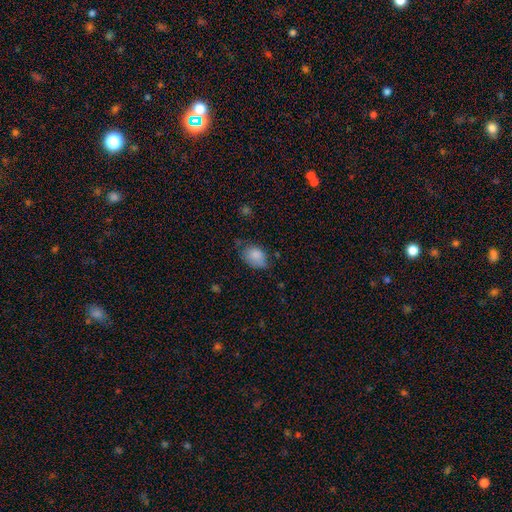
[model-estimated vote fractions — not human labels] Q: Smooth or featured?
A: smooth (84%); runner-up: star or artifact (8%)
Q: How rounded?
A: in between (77%); runner-up: round (21%)
Q: Merging?
A: none (57%); runner-up: minor disturbance (33%)